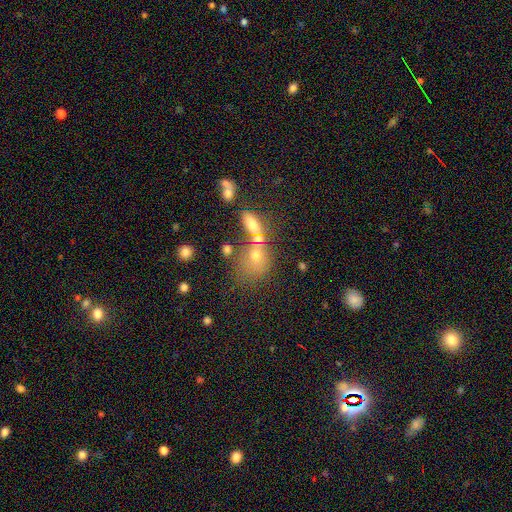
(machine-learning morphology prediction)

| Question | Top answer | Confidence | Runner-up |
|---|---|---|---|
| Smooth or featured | smooth | 68% | featured or disk (17%) |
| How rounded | round | 49% | in between (48%) |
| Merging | none | 40% | merger (35%) |